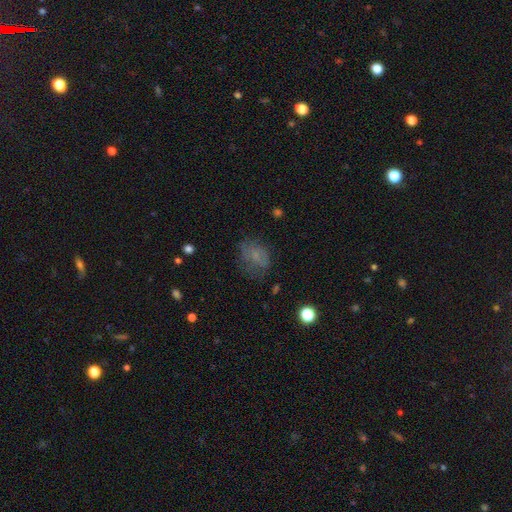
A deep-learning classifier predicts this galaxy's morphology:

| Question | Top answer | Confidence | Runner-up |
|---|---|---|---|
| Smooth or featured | smooth | 59% | featured or disk (24%) |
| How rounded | in between | 58% | round (40%) |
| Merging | none | 55% | minor disturbance (24%) |